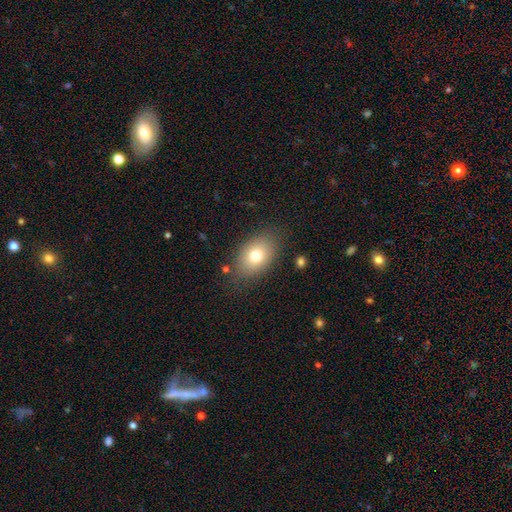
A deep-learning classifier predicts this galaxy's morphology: This appears to be a smooth galaxy with no disk features (75%) that is in between round and cigar-shaped (82%). Merging: none (80%).